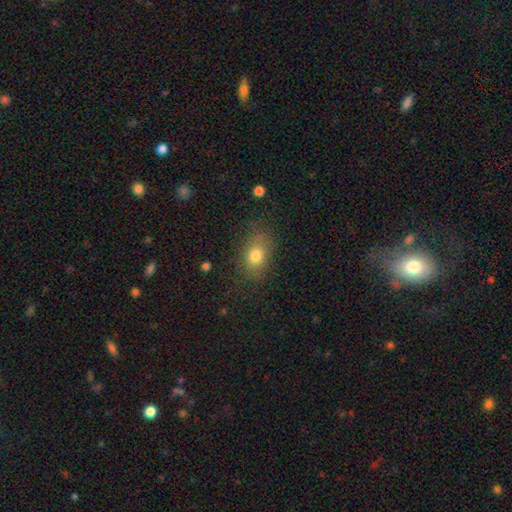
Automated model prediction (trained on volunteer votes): smooth_or_featured: smooth (p=0.78) [alt: featured or disk p=0.11]
how_rounded: in between (p=0.71) [alt: round p=0.27]
merging: none (p=0.74) [alt: minor disturbance p=0.18]